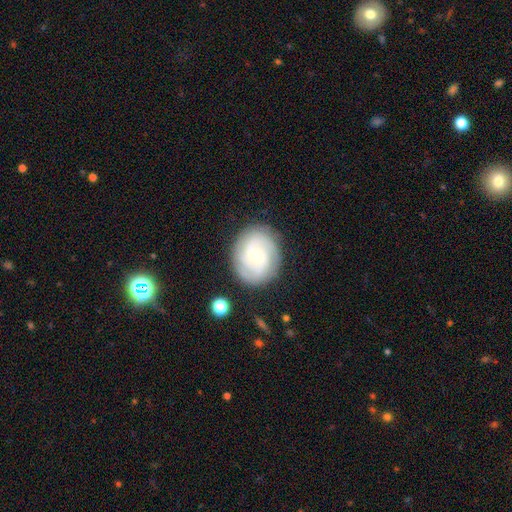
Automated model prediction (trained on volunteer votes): smooth-or-featured: featured or disk: 75% | smooth: 19% | star or artifact: 6%
  disk-edge-on: no: 97% | yes: 3%
    bar: weak: 56% | no: 31% | strong: 13%
    has-spiral-arms: yes: 92% | no: 8%
      spiral-winding: tight: 60% | medium: 31% | loose: 9%
      spiral-arm-count: 2: 40% | can't tell: 28% | 3: 19% | 4: 6% | 1: 4% | more than 4: 3%
    bulge-size: small: 56% | moderate: 40% | large: 2% | none: 1% | dominant: 1%
  merging: none: 82% | minor disturbance: 13% | major disturbance: 4% | merger: 2%